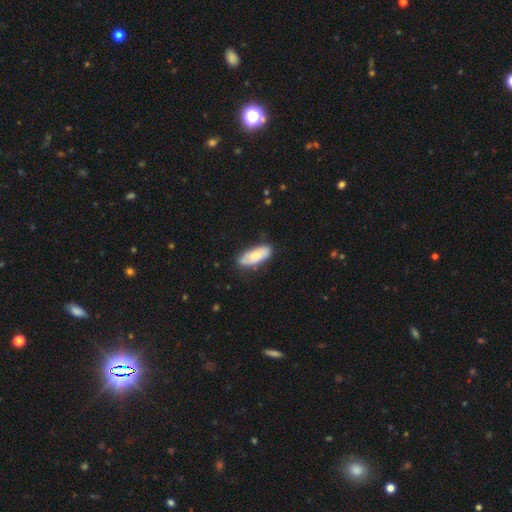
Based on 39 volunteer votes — Smooth or featured? 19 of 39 (49%) said smooth. How rounded? 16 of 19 (84%) said in between. Merging? 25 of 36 (69%) said none.